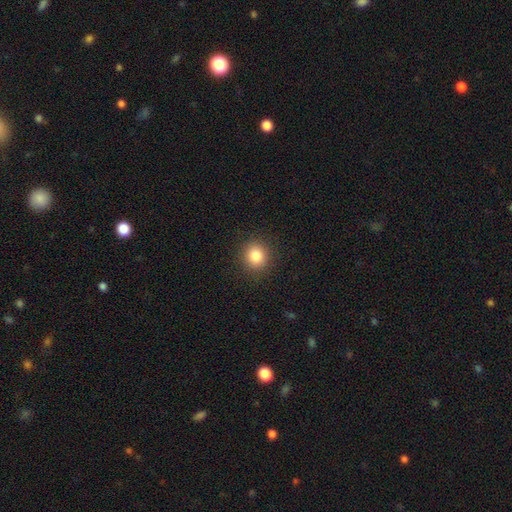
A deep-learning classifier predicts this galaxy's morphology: Smooth or featured?
  - smooth: 84% *
  - star or artifact: 11%
  - featured or disk: 5%
How rounded?
  - round: 86% *
  - in between: 13%
  - cigar-shaped: 1%
Merging?
  - none: 91% *
  - minor disturbance: 6%
  - major disturbance: 2%
  - merger: 1%